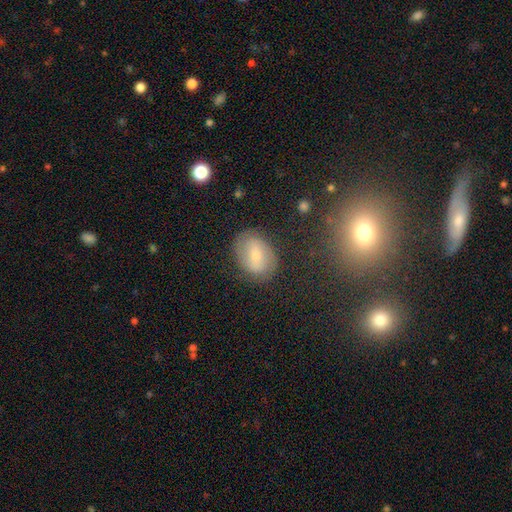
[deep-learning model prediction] The model was most divided on "smooth or featured": smooth: 52%, featured or disk: 39%, star or artifact: 9%. More confident: merging — none (80%); how rounded — in between (73%).